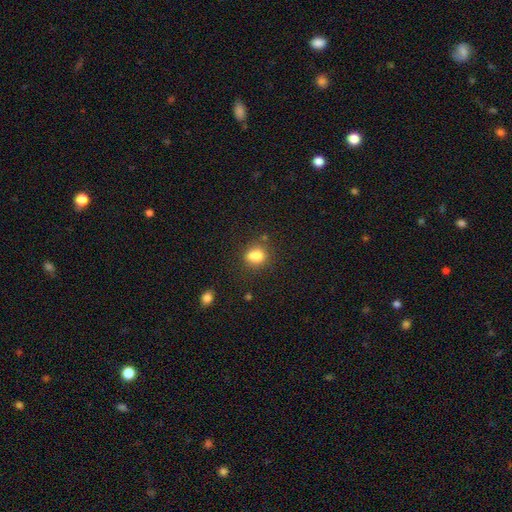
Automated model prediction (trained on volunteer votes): Smooth or featured? smooth (82%)
How rounded? in between (51%)
Merging? none (66%)